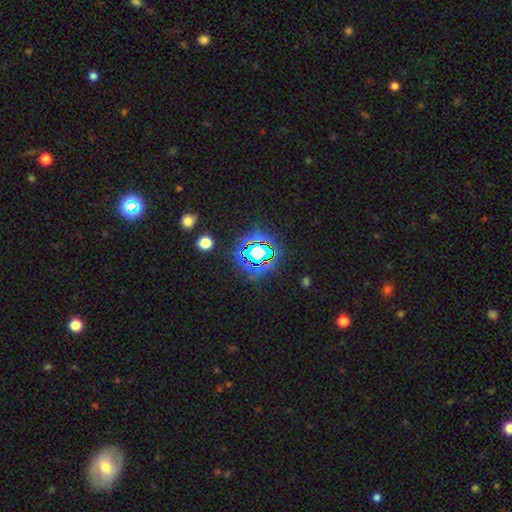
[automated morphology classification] Q: Smooth or featured?
A: star or artifact (71%); runner-up: smooth (17%)